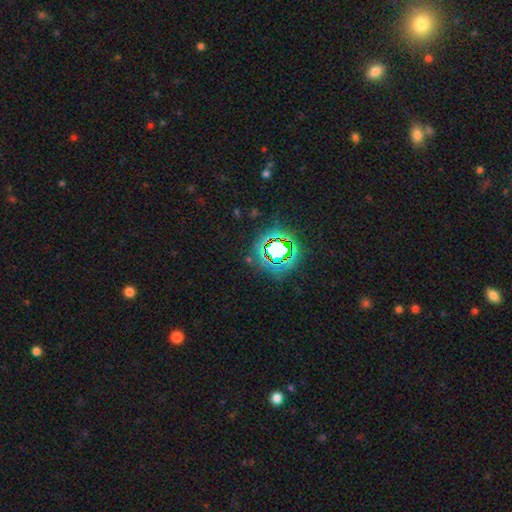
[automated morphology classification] This is likely a star or artifact rather than a galaxy (78%).